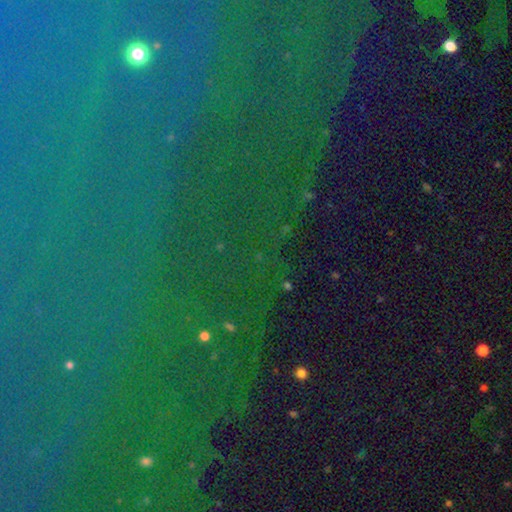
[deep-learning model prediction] smooth-or-featured: star or artifact: 85% | featured or disk: 7% | smooth: 7%